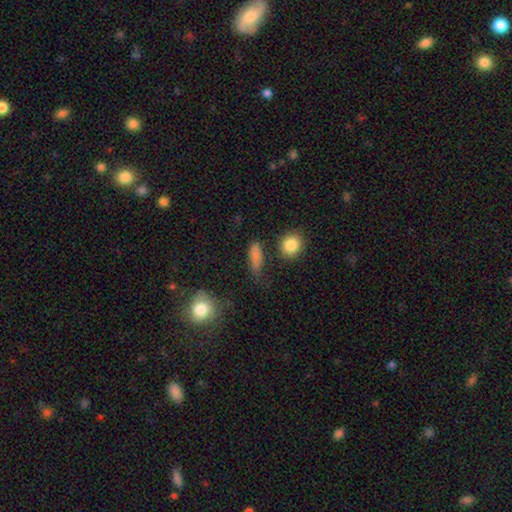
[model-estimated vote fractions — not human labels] Smooth or featured?
  - smooth: 82% *
  - star or artifact: 11%
  - featured or disk: 7%
How rounded?
  - in between: 49% *
  - cigar-shaped: 40%
  - round: 12%
Merging?
  - none: 71% *
  - minor disturbance: 17%
  - major disturbance: 6%
  - merger: 5%